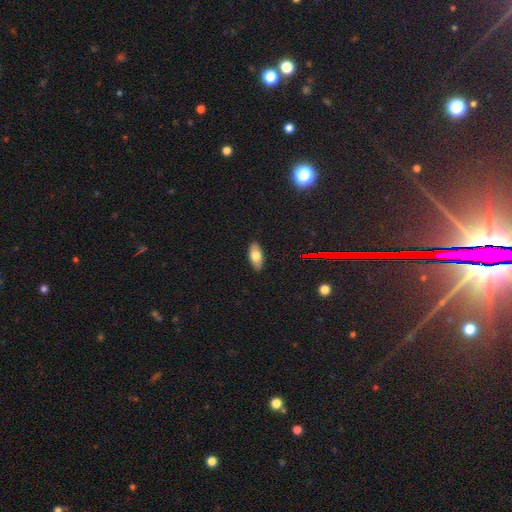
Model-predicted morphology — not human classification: Smooth or featured?
  - smooth: 74% *
  - featured or disk: 18%
  - star or artifact: 8%
How rounded?
  - in between: 87% *
  - cigar-shaped: 10%
  - round: 3%
Merging?
  - none: 88% *
  - minor disturbance: 9%
  - major disturbance: 2%
  - merger: 1%